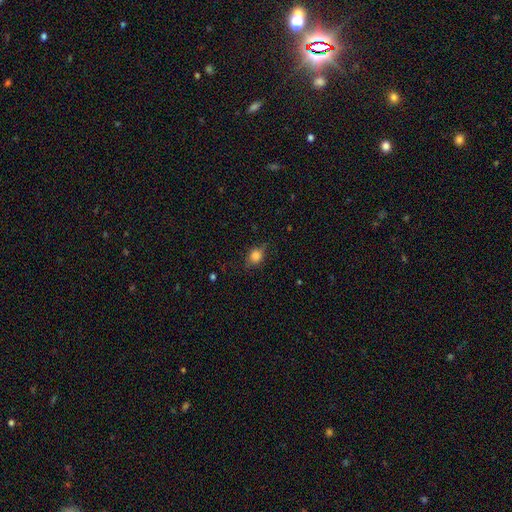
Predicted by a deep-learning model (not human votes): This is likely a smooth galaxy (79%). How rounded: likely round (67%). Merging: likely none (70%).